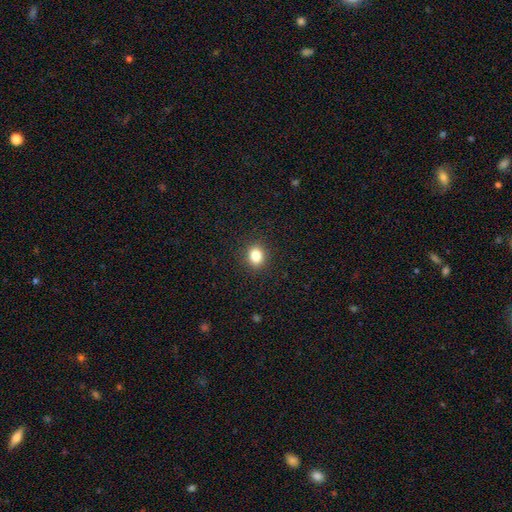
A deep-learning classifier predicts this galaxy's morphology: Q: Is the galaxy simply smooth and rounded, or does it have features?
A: smooth — 83%.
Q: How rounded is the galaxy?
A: round — 63%.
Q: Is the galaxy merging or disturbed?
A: none — 90%.